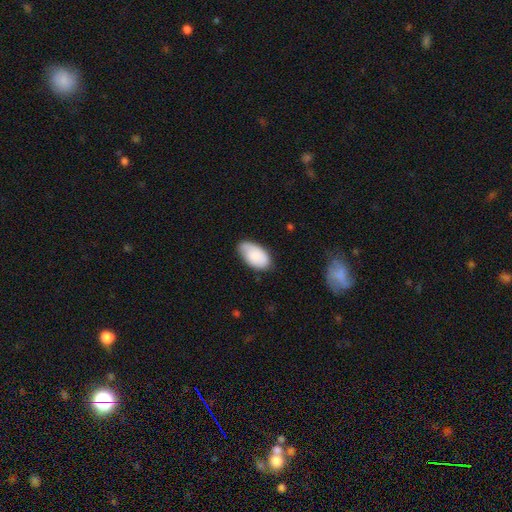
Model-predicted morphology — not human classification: smooth_or_featured: smooth (p=0.81) [alt: featured or disk p=0.13]
how_rounded: in between (p=0.95) [alt: round p=0.04]
merging: none (p=0.64) [alt: minor disturbance p=0.28]